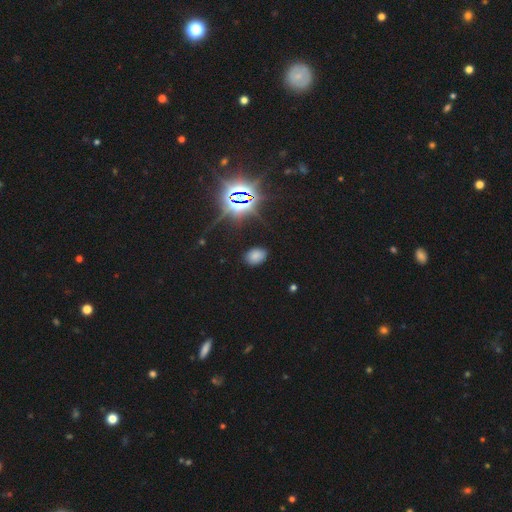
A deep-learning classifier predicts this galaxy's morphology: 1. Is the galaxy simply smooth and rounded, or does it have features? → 65% smooth, 27% star or artifact, 7% featured or disk.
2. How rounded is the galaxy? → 80% in between, 19% round, 1% cigar-shaped.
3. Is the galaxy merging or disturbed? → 84% none, 11% minor disturbance, 3% major disturbance, 1% merger.